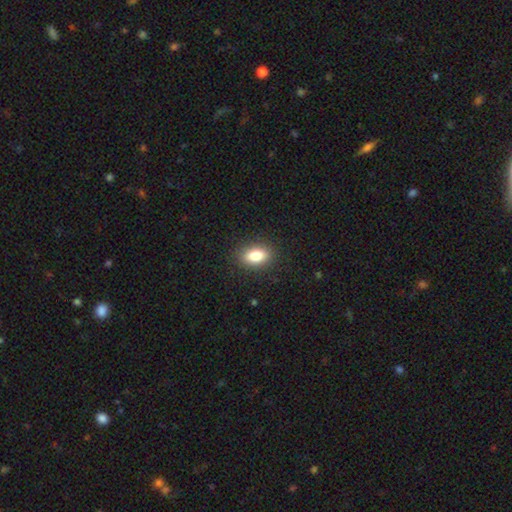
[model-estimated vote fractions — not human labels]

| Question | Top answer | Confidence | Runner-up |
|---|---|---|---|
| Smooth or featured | smooth | 83% | star or artifact (9%) |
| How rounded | in between | 84% | round (13%) |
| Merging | none | 88% | minor disturbance (8%) |